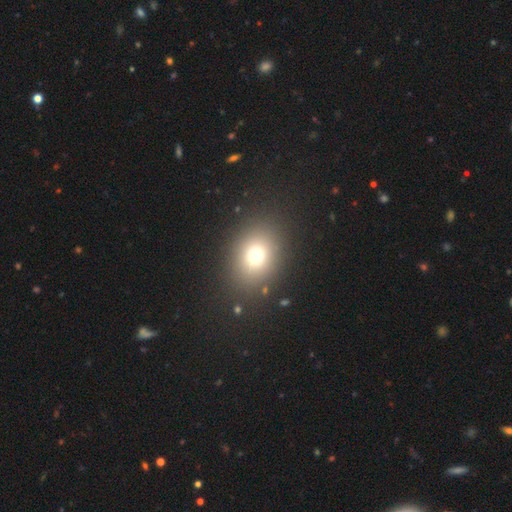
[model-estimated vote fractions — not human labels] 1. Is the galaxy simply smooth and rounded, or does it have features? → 71% smooth, 18% star or artifact, 11% featured or disk.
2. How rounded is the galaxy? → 53% round, 46% in between, 1% cigar-shaped.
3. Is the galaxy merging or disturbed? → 85% none, 8% minor disturbance, 5% major disturbance, 2% merger.